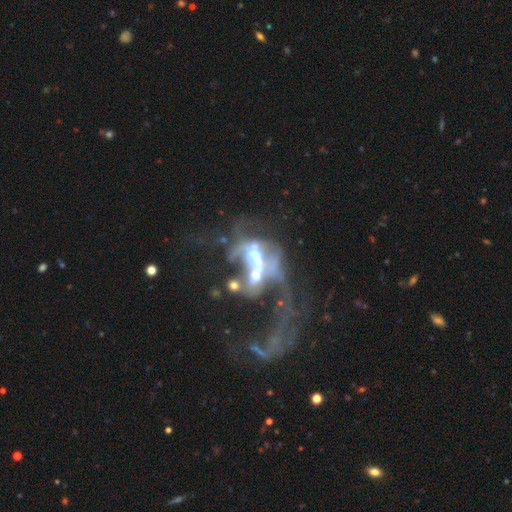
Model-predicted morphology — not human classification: Smooth or featured?
  - featured or disk: 67% *
  - star or artifact: 18%
  - smooth: 15%
Edge-on disk?
  - no: 93% *
  - yes: 7%
Bar?
  - no: 64% *
  - weak: 21%
  - strong: 15%
Spiral arms?
  - no: 64% *
  - yes: 36%
Bulge size?
  - moderate: 49% *
  - large: 19%
  - small: 15%
  - none: 11%
  - dominant: 5%
Merging?
  - merger: 63% *
  - major disturbance: 26%
  - none: 7%
  - minor disturbance: 4%